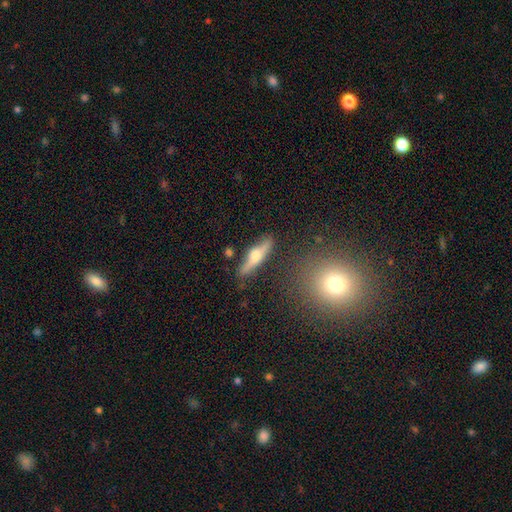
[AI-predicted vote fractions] The model was most divided on "smooth or featured": featured or disk: 51%, smooth: 43%, star or artifact: 6%. More confident: edge-on disk — yes (91%); merging — none (81%).